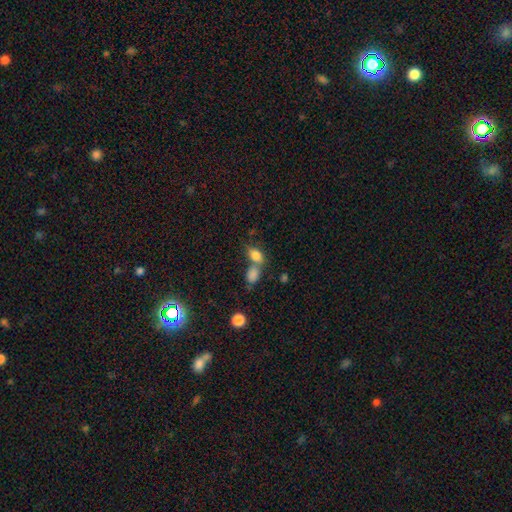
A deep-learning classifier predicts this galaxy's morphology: This is clearly a smooth galaxy (80%). How rounded: clearly in between (82%). Merging: marginally merger (42%).